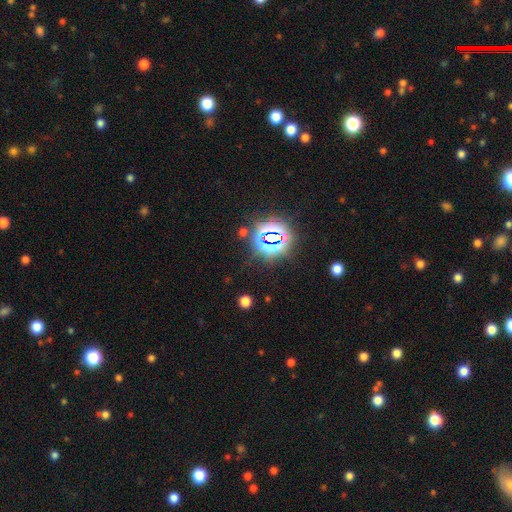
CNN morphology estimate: Overall: star or artifact (81%).